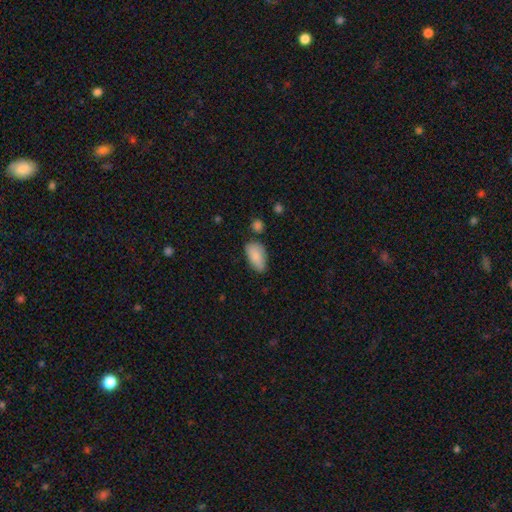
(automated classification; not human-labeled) This appears to be a smooth galaxy with no disk features (84%) that is in between round and cigar-shaped (93%). Merging: none (60%).